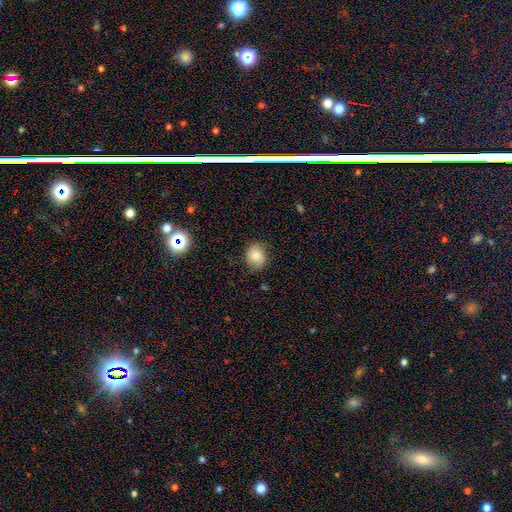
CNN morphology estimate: The model was most divided on "how rounded": round: 61%, in between: 38%, cigar-shaped: 1%. More confident: smooth or featured — smooth (77%); merging — none (73%).